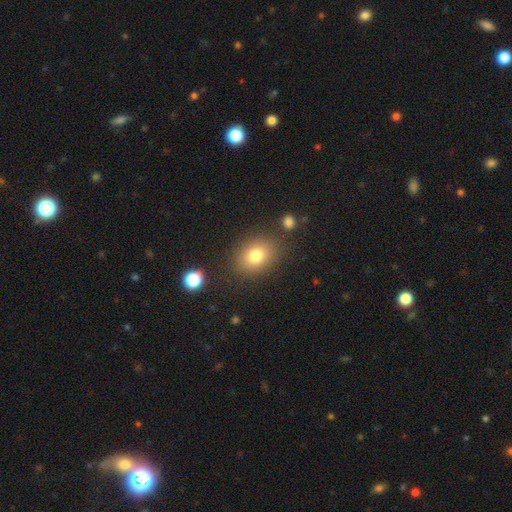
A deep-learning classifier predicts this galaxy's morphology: type=smooth (80%); roundness=in between (60%); merging=none (81%).